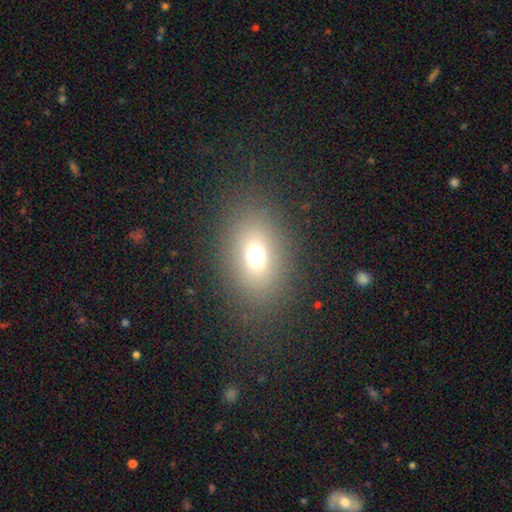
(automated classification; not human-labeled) Smooth or featured: smooth — 69% (star or artifact — 18%)
How rounded: in between — 66% (round — 33%)
Merging: none — 84% (minor disturbance — 9%)